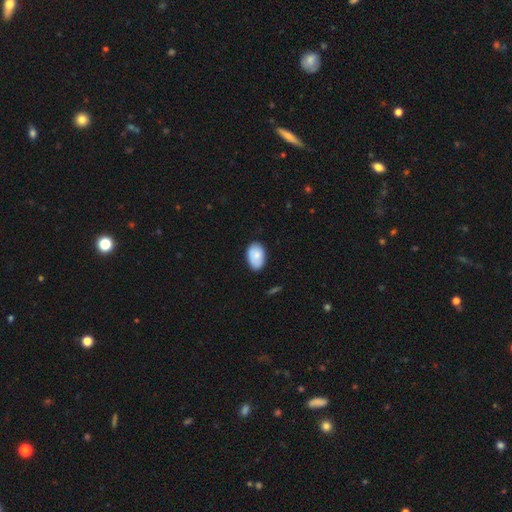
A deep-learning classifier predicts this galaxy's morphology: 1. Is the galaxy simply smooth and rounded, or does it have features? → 81% smooth, 13% featured or disk, 6% star or artifact.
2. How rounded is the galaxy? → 90% in between, 9% round, 1% cigar-shaped.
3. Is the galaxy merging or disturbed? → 78% none, 18% minor disturbance, 3% major disturbance, 1% merger.